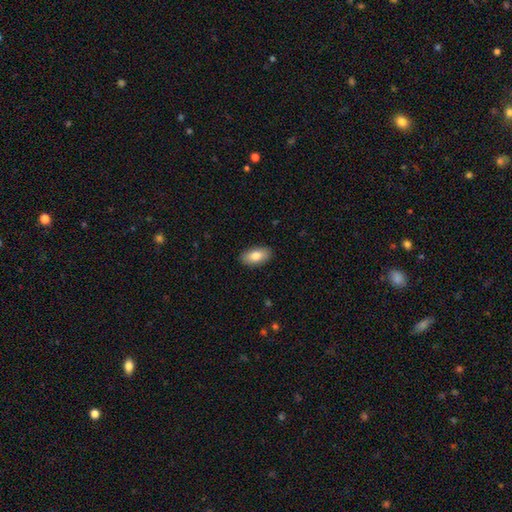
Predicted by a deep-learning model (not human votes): The model was most divided on "smooth or featured": smooth: 82%, featured or disk: 12%, star or artifact: 6%. More confident: how rounded — in between (93%); merging — none (89%).